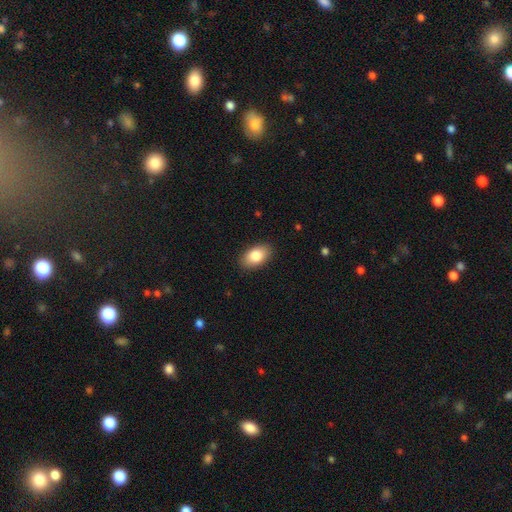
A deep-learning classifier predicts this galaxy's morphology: Smooth or featured?
  - smooth: 84% *
  - featured or disk: 9%
  - star or artifact: 7%
How rounded?
  - in between: 91% *
  - round: 7%
  - cigar-shaped: 2%
Merging?
  - none: 88% *
  - minor disturbance: 9%
  - major disturbance: 2%
  - merger: 1%